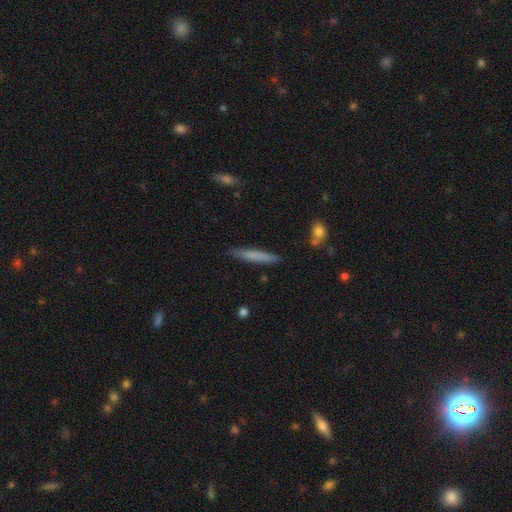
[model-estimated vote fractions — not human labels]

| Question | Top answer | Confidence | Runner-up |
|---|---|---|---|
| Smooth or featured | smooth | 72% | featured or disk (22%) |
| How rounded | cigar-shaped | 94% | in between (5%) |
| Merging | none | 87% | minor disturbance (10%) |